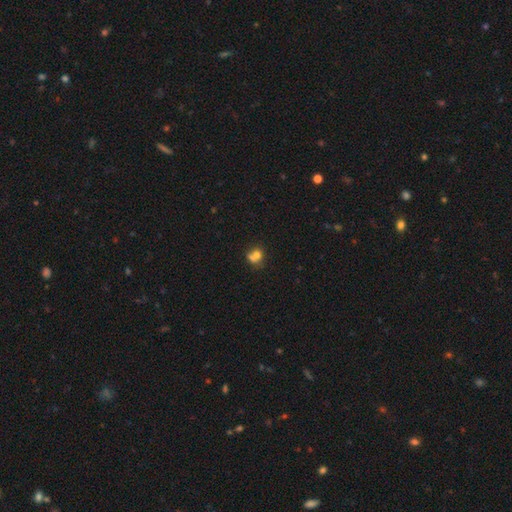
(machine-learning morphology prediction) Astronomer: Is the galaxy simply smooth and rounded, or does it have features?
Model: smooth — 69%.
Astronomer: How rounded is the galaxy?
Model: round — 73%.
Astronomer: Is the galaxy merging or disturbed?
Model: merger — 51% (runner-up: none, 34%).